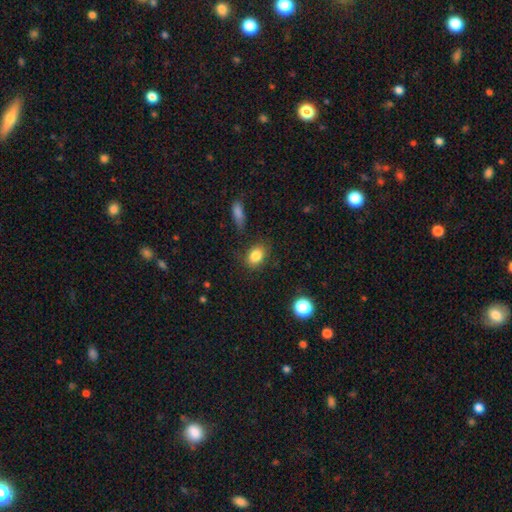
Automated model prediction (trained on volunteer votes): Q: Smooth or featured?
A: smooth (84%); runner-up: star or artifact (10%)
Q: How rounded?
A: in between (65%); runner-up: round (33%)
Q: Merging?
A: none (80%); runner-up: minor disturbance (13%)